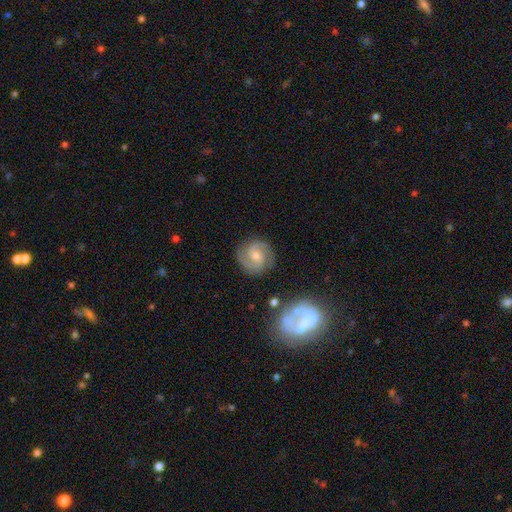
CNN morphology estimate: A featured or disk galaxy (81%) with no bar (47%), 2 (79%) medium (46%) spiral arms (96%) and a moderate central bulge (49%).

Vote fractions:
- Smooth or featured? featured or disk: 81% / smooth: 13% / star or artifact: 7%
- Edge-on disk? no: 97% / yes: 3%
- Bar? no: 47% / weak: 43% / strong: 10%
- Spiral arms? yes: 96% / no: 4%
- Spiral winding? medium: 46% / tight: 43% / loose: 11%
- Spiral arm count? 2: 79% / can't tell: 8% / 3: 7% / 1: 2% / 4: 2% / more than 4: 2%
- Bulge size? moderate: 49% / small: 45% / none: 3% / large: 2% / dominant: 1%
- Merging? none: 82% / minor disturbance: 12% / major disturbance: 4% / merger: 2%